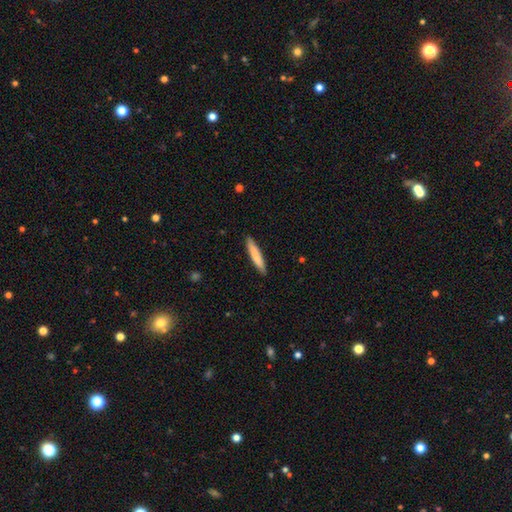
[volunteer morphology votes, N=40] smooth-or-featured: smooth: 75% | featured or disk: 22% | star or artifact: 2%
  how-rounded: cigar-shaped: 97% | in between: 3% | round: 0%
  merging: none: 90% | minor disturbance: 5% | major disturbance: 3% | merger: 3%